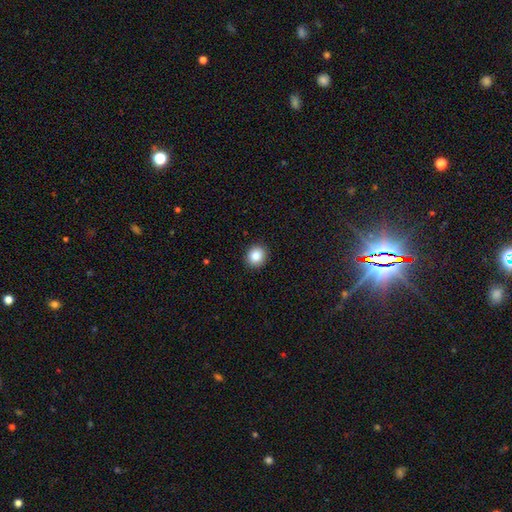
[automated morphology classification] A smooth galaxy with no disk features (86%) that is round (80%). Merging: none (92%).